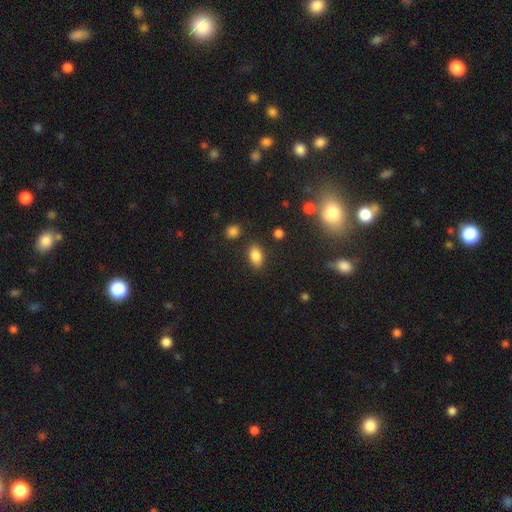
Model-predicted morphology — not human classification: This is clearly a smooth galaxy (84%). How rounded: clearly in between (88%). Merging: clearly none (84%).